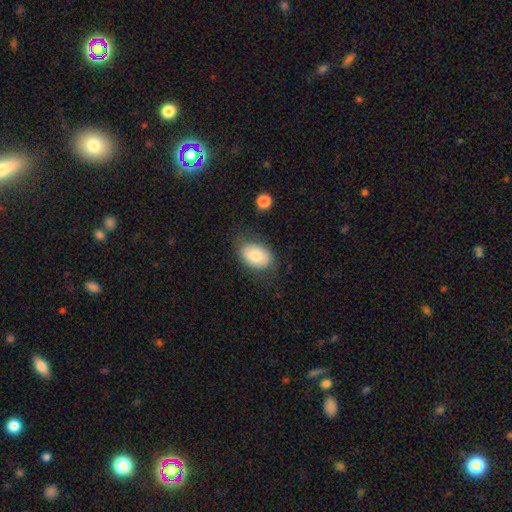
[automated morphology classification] Q: Smooth or featured?
A: smooth (73%); runner-up: featured or disk (20%)
Q: How rounded?
A: in between (82%); runner-up: round (17%)
Q: Merging?
A: none (71%); runner-up: minor disturbance (20%)